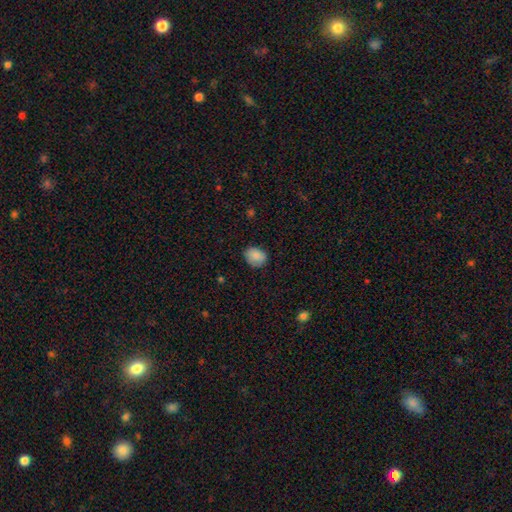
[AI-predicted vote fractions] Smooth or featured?
  - smooth: 86% *
  - star or artifact: 8%
  - featured or disk: 6%
How rounded?
  - in between: 55% *
  - round: 44%
  - cigar-shaped: 1%
Merging?
  - none: 76% *
  - minor disturbance: 19%
  - major disturbance: 4%
  - merger: 1%